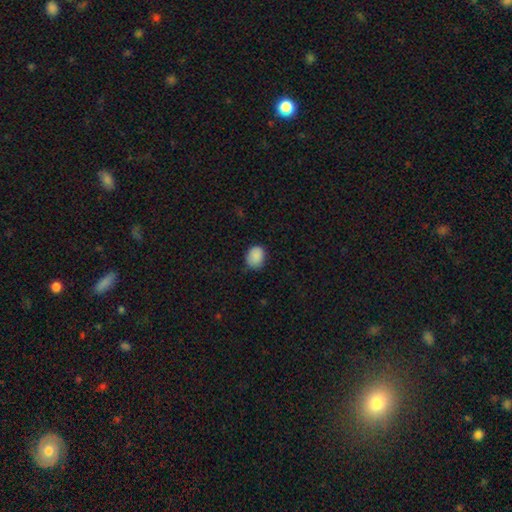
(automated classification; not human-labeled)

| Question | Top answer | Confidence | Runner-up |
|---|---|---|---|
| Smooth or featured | smooth | 88% | star or artifact (8%) |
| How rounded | round | 51% | in between (48%) |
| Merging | none | 73% | minor disturbance (22%) |